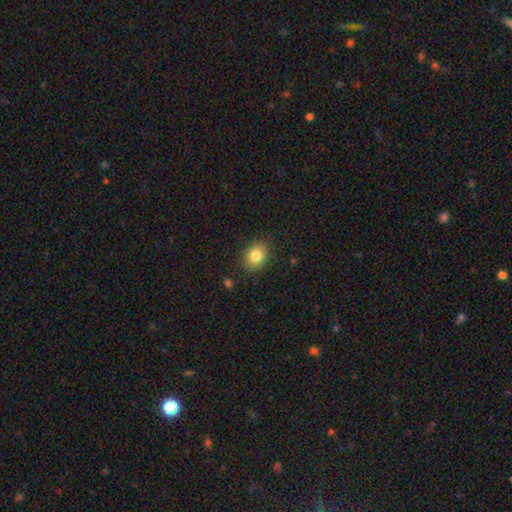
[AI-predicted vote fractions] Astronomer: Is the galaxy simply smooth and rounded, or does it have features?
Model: smooth — 82%.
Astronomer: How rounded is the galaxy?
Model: round — 56% (runner-up: in between, 44%).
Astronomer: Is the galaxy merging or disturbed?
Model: none — 87%.